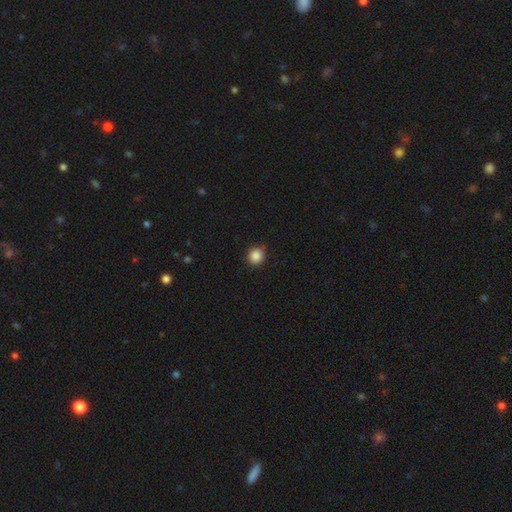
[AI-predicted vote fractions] Q: Smooth or featured?
A: smooth (87%); runner-up: star or artifact (10%)
Q: How rounded?
A: round (90%); runner-up: in between (9%)
Q: Merging?
A: none (86%); runner-up: minor disturbance (11%)